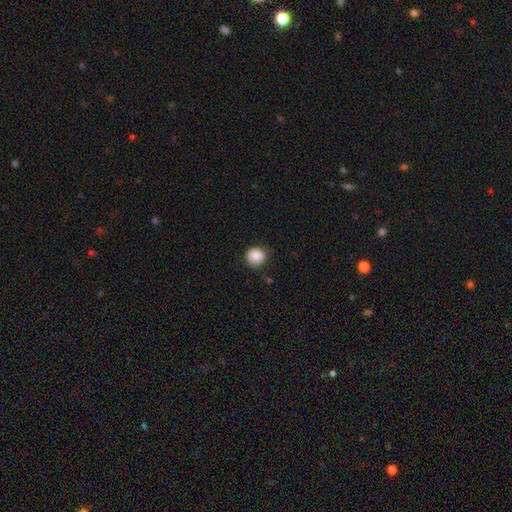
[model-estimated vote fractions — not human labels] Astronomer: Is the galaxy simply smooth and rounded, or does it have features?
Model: smooth — 87%.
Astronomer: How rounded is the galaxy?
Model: round — 89%.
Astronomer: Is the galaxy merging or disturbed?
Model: none — 81%.